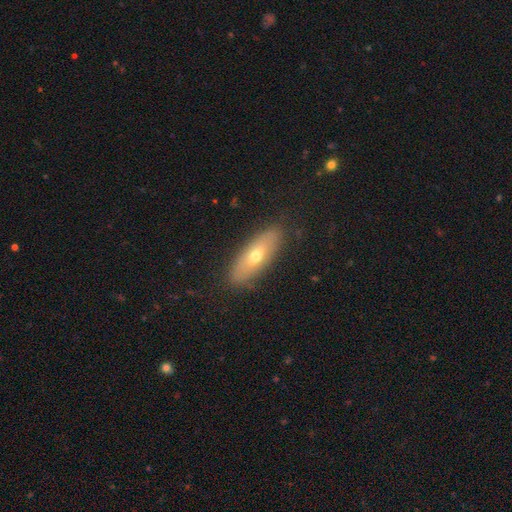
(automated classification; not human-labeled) smooth-or-featured: smooth: 58% | featured or disk: 35% | star or artifact: 7%
  how-rounded: in between: 60% | cigar-shaped: 37% | round: 3%
  merging: none: 85% | minor disturbance: 11% | major disturbance: 3% | merger: 1%